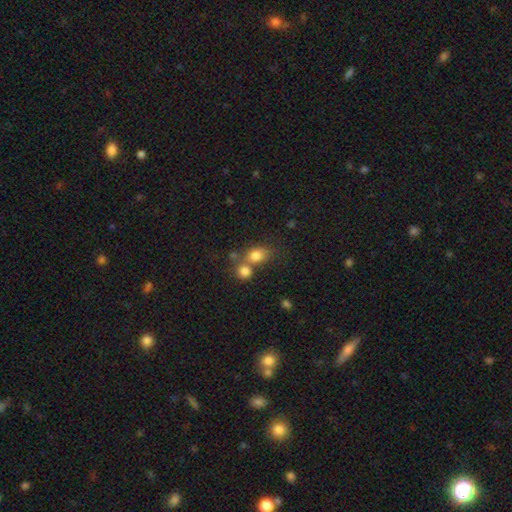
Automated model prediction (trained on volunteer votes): smooth 79%, star or artifact 12%, featured or disk 10%. Down the decision tree: how rounded — round (50%); merging — merger (44%).